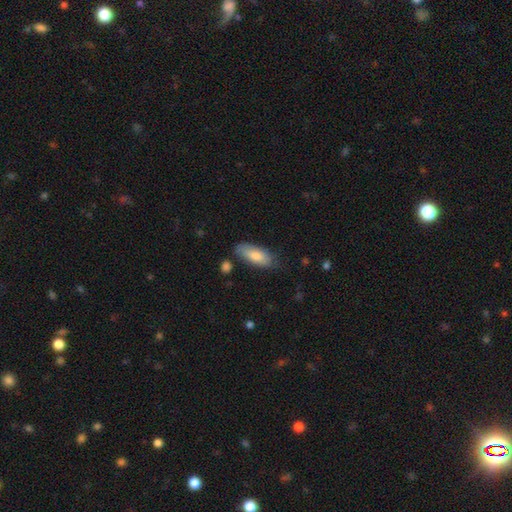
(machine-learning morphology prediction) A smooth galaxy with no disk features (77%) that is in between round and cigar-shaped (78%).

Vote fractions:
- Smooth or featured? smooth: 77% / featured or disk: 17% / star or artifact: 6%
- How rounded? in between: 78% / cigar-shaped: 20% / round: 2%
- Merging? none: 73% / minor disturbance: 20% / major disturbance: 4% / merger: 3%